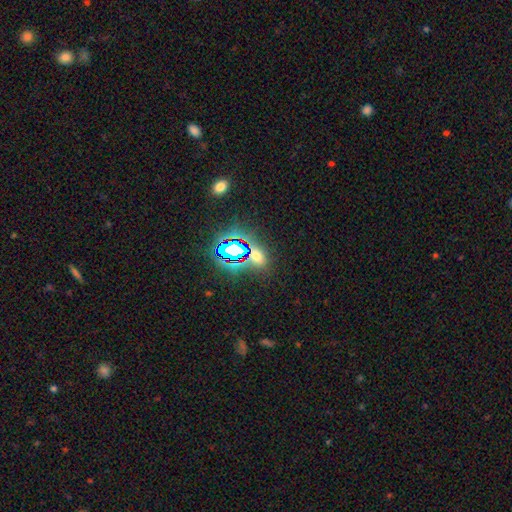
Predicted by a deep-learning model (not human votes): Overall: star or artifact (51%; smooth 40%).